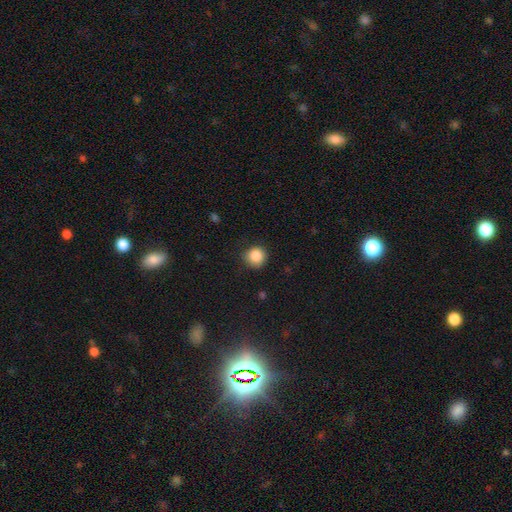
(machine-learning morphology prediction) Smooth or featured? smooth (85%)
How rounded? round (92%)
Merging? none (83%)